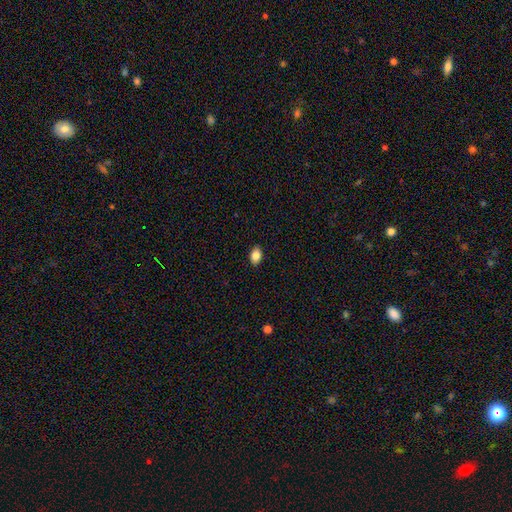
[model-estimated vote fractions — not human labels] The model was most divided on "how rounded": in between: 83%, round: 16%, cigar-shaped: 1%. More confident: merging — none (90%); smooth or featured — smooth (85%).